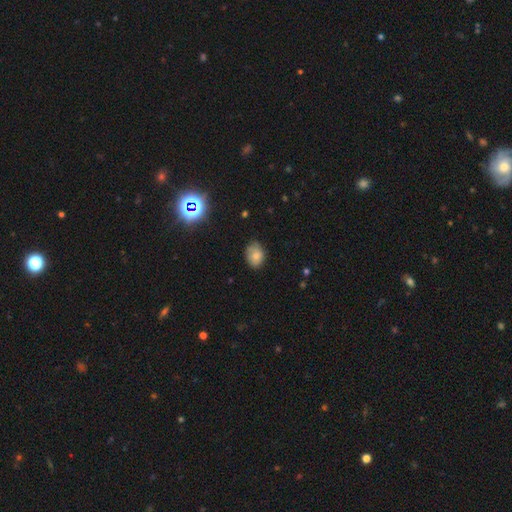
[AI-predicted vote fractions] A smooth galaxy with no disk features (74%) that is in between round and cigar-shaped (69%). Merging: none (69%).